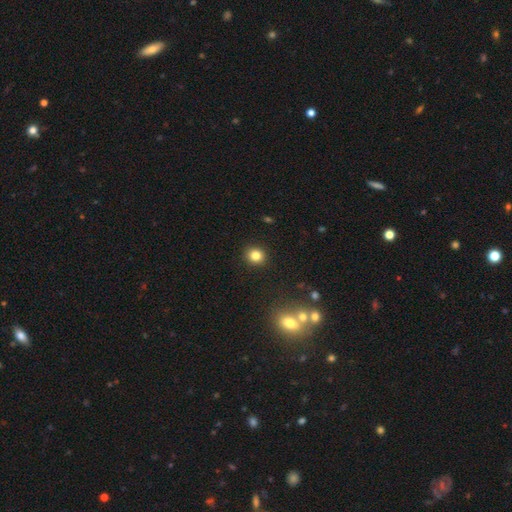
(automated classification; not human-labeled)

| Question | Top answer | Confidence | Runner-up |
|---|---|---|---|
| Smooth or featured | smooth | 83% | star or artifact (12%) |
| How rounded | round | 83% | in between (16%) |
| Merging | none | 91% | minor disturbance (6%) |